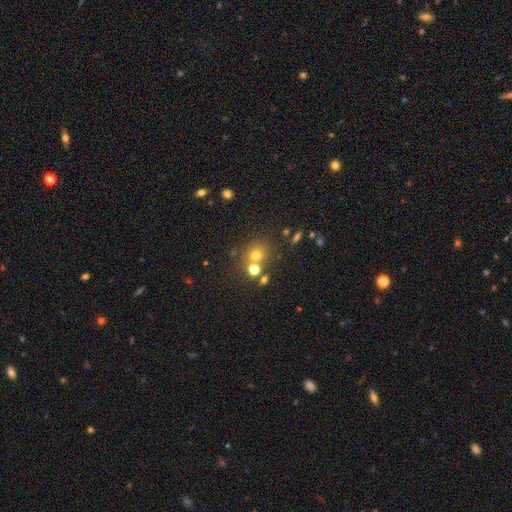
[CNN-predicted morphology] type=smooth (64%); roundness=round (80%); merging=none (63%).